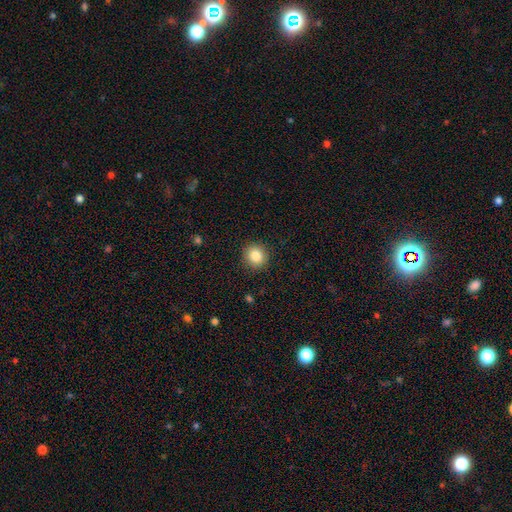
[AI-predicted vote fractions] This is clearly a smooth galaxy (84%). How rounded: clearly round (88%). Merging: clearly none (91%).